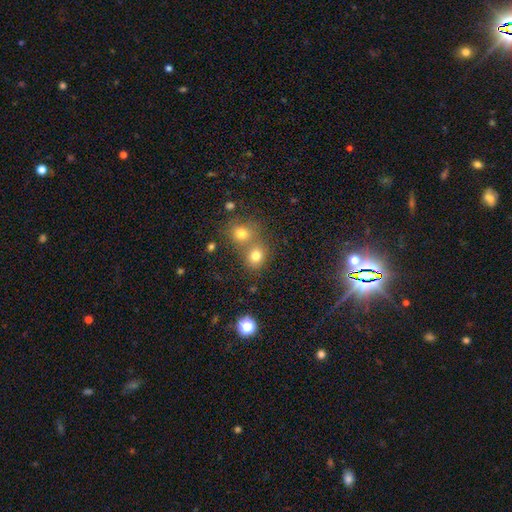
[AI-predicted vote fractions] Smooth or featured? smooth (76%)
How rounded? round (71%)
Merging? none (49%)